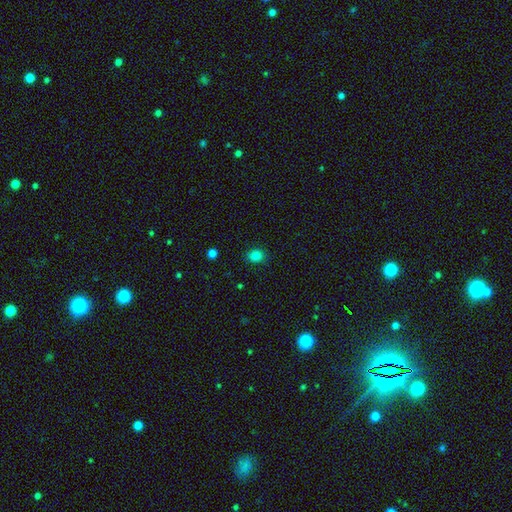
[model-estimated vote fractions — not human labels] The model was most divided on "how rounded": round: 62%, in between: 37%, cigar-shaped: 1%. More confident: merging — none (87%); smooth or featured — smooth (83%).